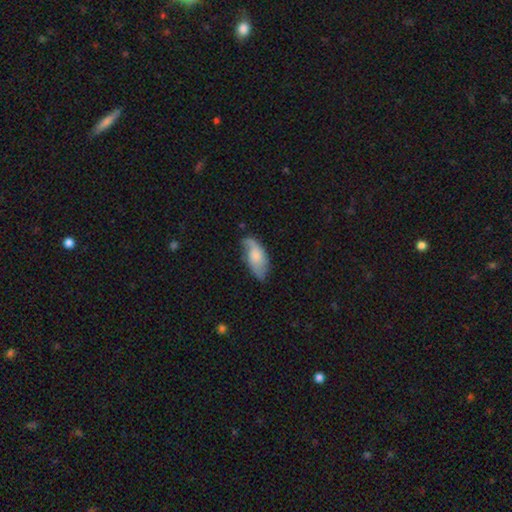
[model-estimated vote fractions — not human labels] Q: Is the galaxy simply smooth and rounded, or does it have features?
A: featured or disk — 48%.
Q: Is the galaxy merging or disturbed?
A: none — 57%.